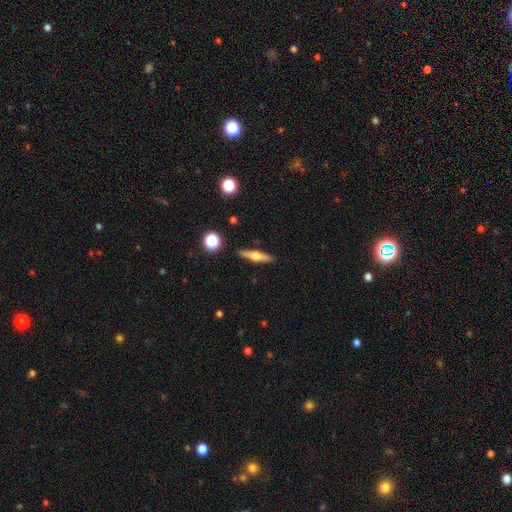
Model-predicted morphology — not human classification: Smooth or featured: featured or disk — 55% (smooth — 38%)
Edge-on disk: yes — 95% (no — 5%)
Edge-on bulge: rounded — 91% (boxy — 5%)
Merging: none — 89% (minor disturbance — 7%)